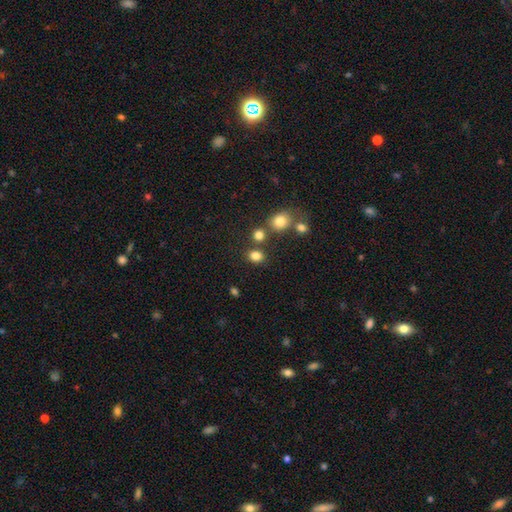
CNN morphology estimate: This appears to be a smooth galaxy with no disk features (82%) that is round (56%). Merging: none (74%).